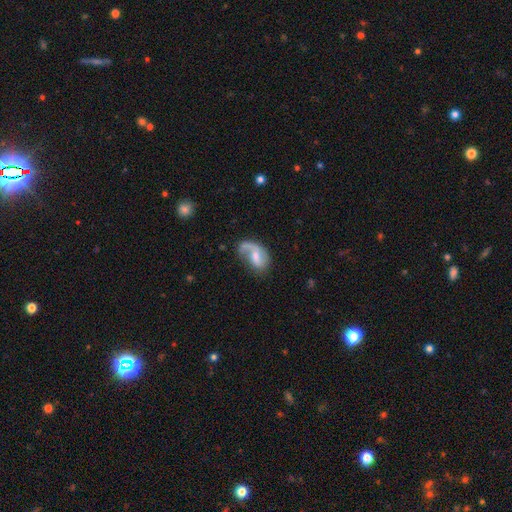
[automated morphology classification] Smooth or featured? Predicted: featured or disk (p=0.62). Edge-on disk? Predicted: no (p=0.97). Bar? Predicted: weak (p=0.47). Spiral arms? Predicted: yes (p=0.83). Bulge size? Predicted: moderate (p=0.42). Merging? Predicted: none (p=0.39).